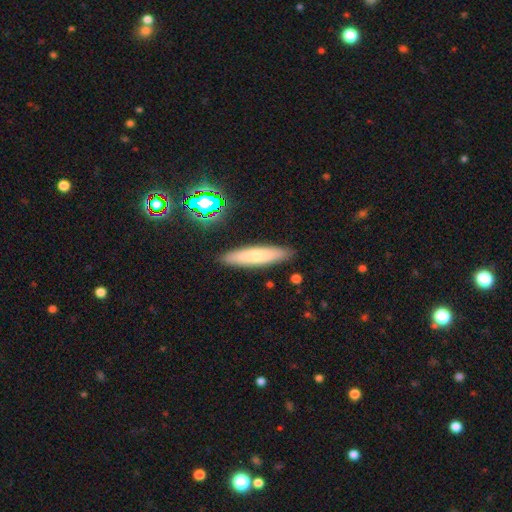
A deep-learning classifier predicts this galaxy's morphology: A smooth galaxy with no disk features (70%) that is cigar-shaped (82%). Merging: none (89%).